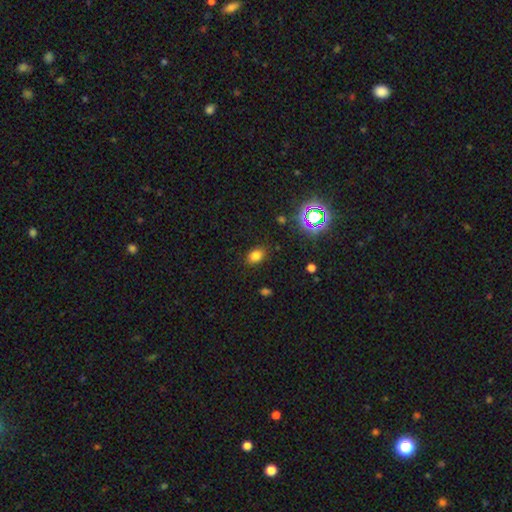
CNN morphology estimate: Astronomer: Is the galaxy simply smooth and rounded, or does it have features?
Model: smooth — 77%.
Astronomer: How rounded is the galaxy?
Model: in between — 68%.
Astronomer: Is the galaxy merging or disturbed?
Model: none — 85%.